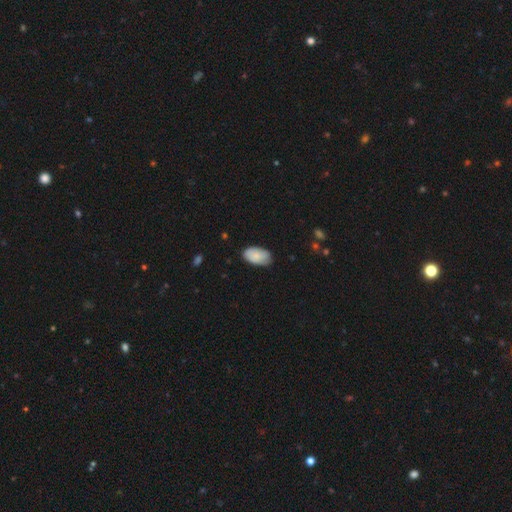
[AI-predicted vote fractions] Overall: smooth (82%). How rounded: in between (94%). Merging: none (74%).